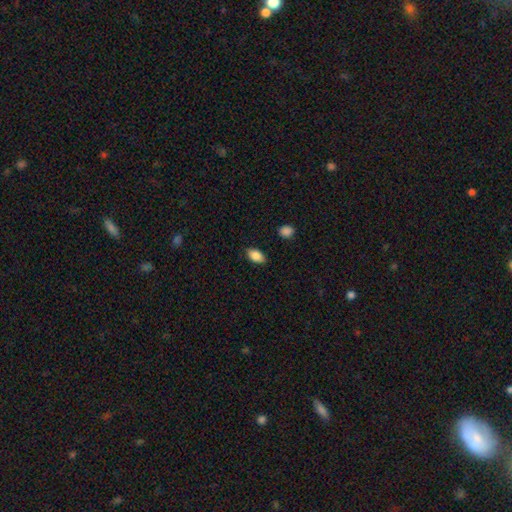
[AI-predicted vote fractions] This appears to be a smooth galaxy with no disk features (87%) that is in between round and cigar-shaped (91%). Merging: none (85%).